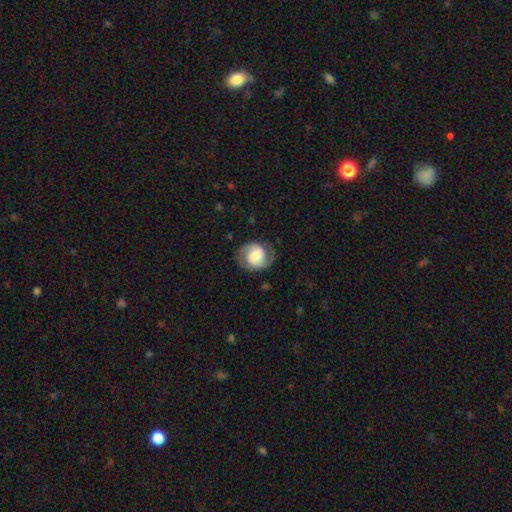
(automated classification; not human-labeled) Morphology: type=featured or disk (58%); edge-on=no (98%); bar=no (47%); spiral arms=yes (89%); winding=medium (45%); arm count=2 (85%); bulge=moderate (32%); merging=none (74%).